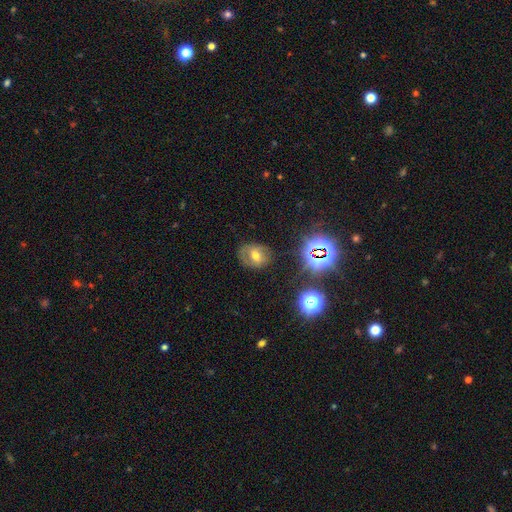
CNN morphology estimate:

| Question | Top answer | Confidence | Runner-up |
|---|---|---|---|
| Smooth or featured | smooth | 46% | featured or disk (33%) |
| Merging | none | 72% | minor disturbance (18%) |